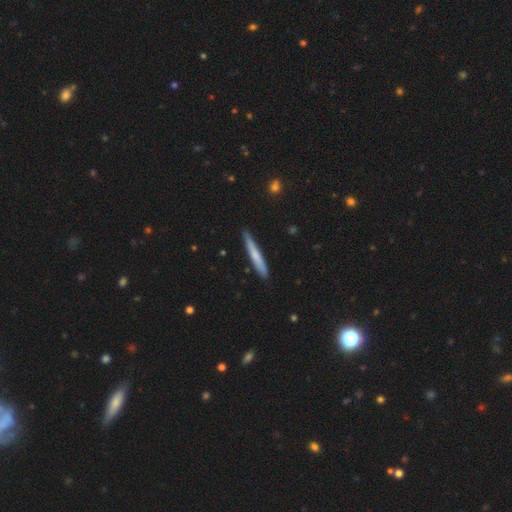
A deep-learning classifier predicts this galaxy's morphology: Smooth or featured: smooth — 64% (featured or disk — 31%)
How rounded: cigar-shaped — 96% (in between — 3%)
Merging: none — 86% (minor disturbance — 11%)